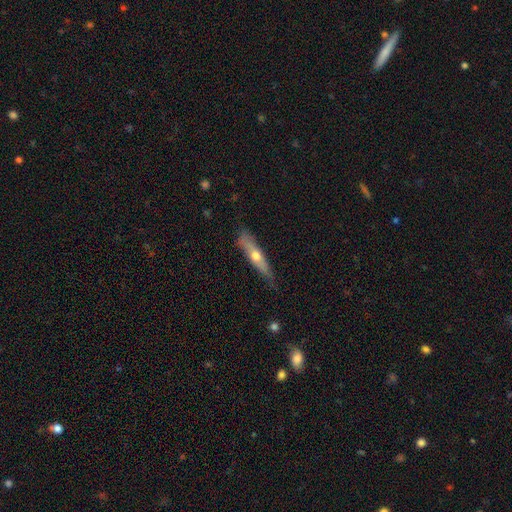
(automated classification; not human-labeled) The model was most divided on "smooth or featured": featured or disk: 53%, smooth: 41%, star or artifact: 6%. More confident: edge-on disk — yes (84%); merging — none (69%).